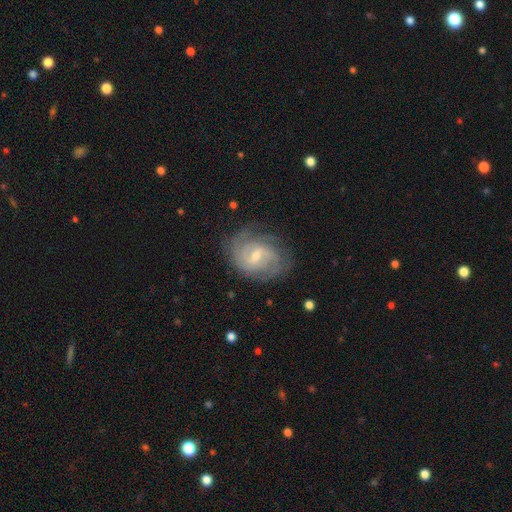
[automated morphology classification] Smooth or featured? featured or disk (83%)
Edge-on disk? no (97%)
Bar? weak (60%)
Spiral arms? yes (95%)
Spiral winding? tight (53%)
Spiral arm count? 2 (42%)
Bulge size? small (53%)
Merging? none (74%)